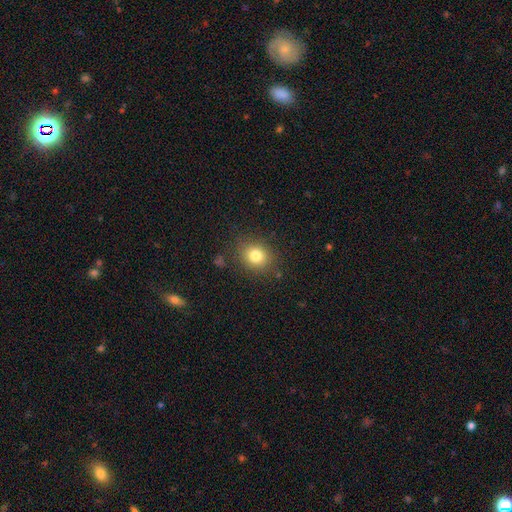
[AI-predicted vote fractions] smooth-or-featured: smooth: 80% | star or artifact: 12% | featured or disk: 8%
  how-rounded: round: 68% | in between: 31% | cigar-shaped: 1%
  merging: none: 85% | minor disturbance: 10% | major disturbance: 4% | merger: 2%